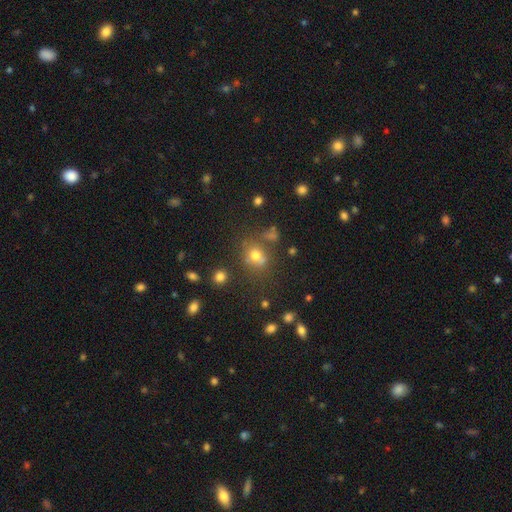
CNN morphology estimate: smooth-or-featured: smooth: 67% | star or artifact: 20% | featured or disk: 13%
  how-rounded: round: 71% | in between: 28% | cigar-shaped: 1%
  merging: none: 58% | merger: 21% | minor disturbance: 14% | major disturbance: 7%